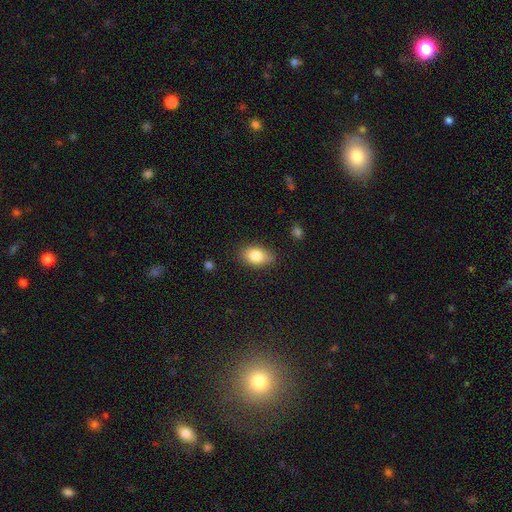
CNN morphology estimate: Q: Smooth or featured?
A: smooth (83%); runner-up: featured or disk (9%)
Q: How rounded?
A: in between (89%); runner-up: round (9%)
Q: Merging?
A: none (78%); runner-up: minor disturbance (17%)